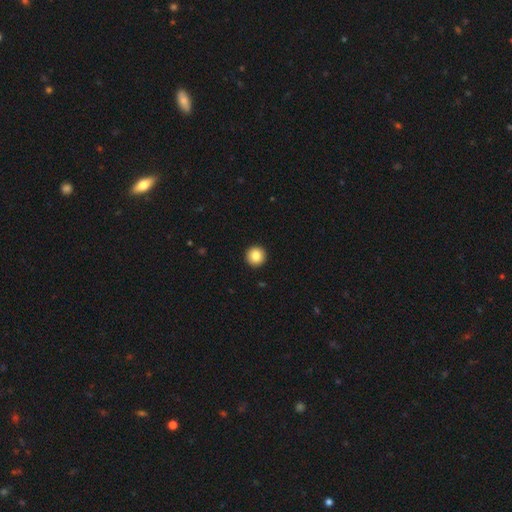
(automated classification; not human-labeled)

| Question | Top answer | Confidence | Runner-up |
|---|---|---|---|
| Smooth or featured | smooth | 86% | star or artifact (9%) |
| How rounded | round | 95% | in between (4%) |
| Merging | none | 94% | minor disturbance (4%) |